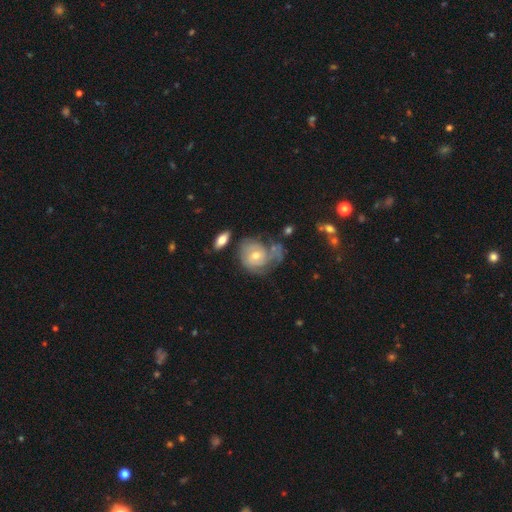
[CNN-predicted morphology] type=featured or disk (62%); edge-on=no (96%); bar=no (72%); spiral arms=yes (76%); bulge=moderate (59%); merging=none (35%).